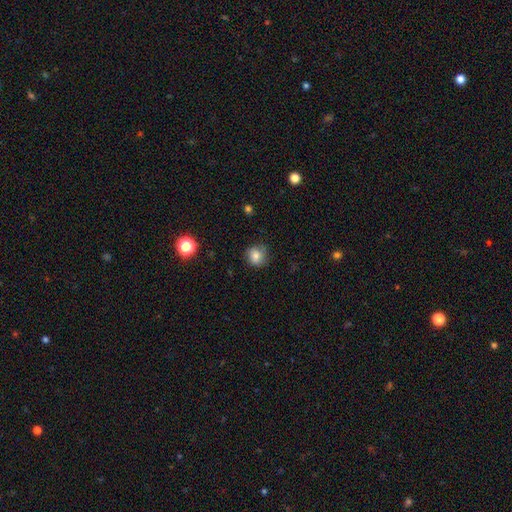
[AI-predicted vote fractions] The model was most divided on "merging": none: 72%, minor disturbance: 21%, major disturbance: 5%, merger: 1%. More confident: how rounded — round (81%); smooth or featured — smooth (78%).